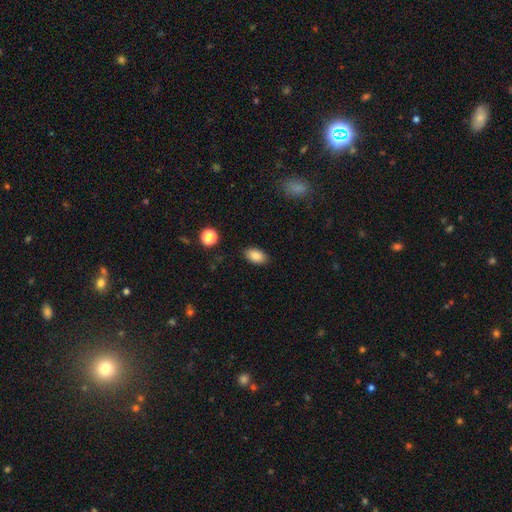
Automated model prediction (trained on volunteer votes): Morphology: type=smooth (86%); roundness=in between (91%); merging=none (86%).